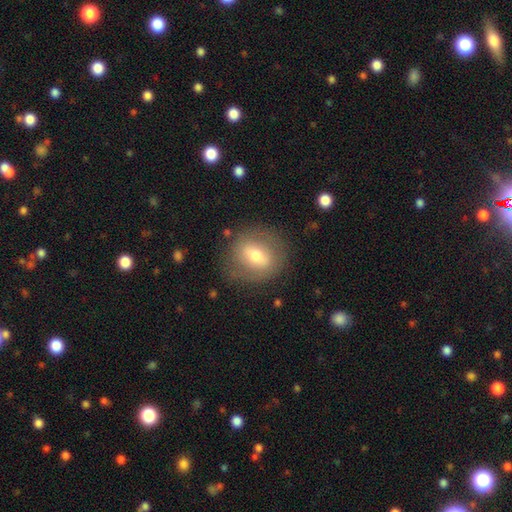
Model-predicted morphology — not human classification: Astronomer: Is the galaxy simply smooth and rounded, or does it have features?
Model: smooth — 54% (runner-up: featured or disk, 38%).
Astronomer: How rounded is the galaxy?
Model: round — 70%.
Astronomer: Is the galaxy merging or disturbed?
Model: none — 80%.